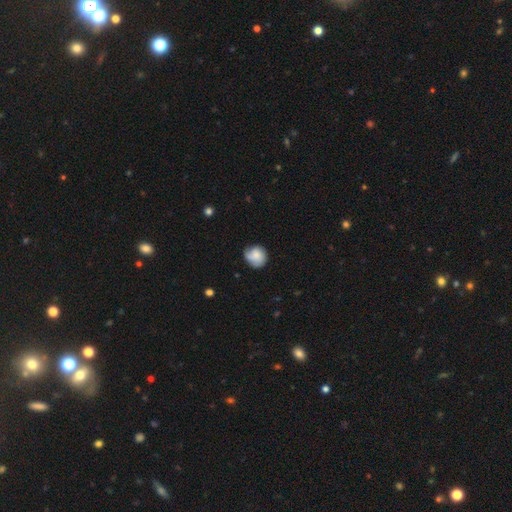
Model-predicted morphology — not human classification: Smooth or featured? Predicted: smooth (p=0.74). How rounded? Predicted: round (p=0.83). Merging? Predicted: none (p=0.64).